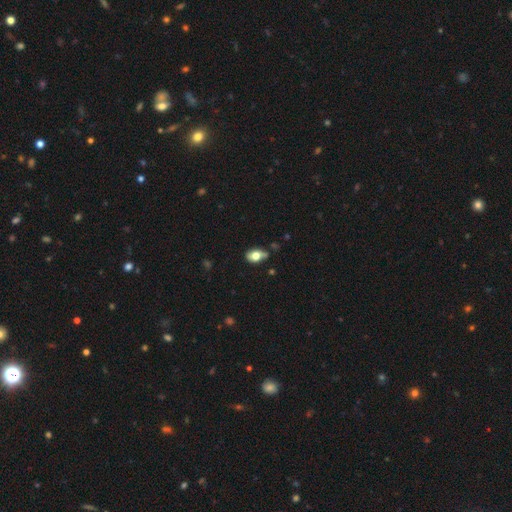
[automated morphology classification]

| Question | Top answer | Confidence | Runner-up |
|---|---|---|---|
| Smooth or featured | smooth | 70% | featured or disk (21%) |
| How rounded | in between | 83% | round (14%) |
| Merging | none | 57% | minor disturbance (30%) |